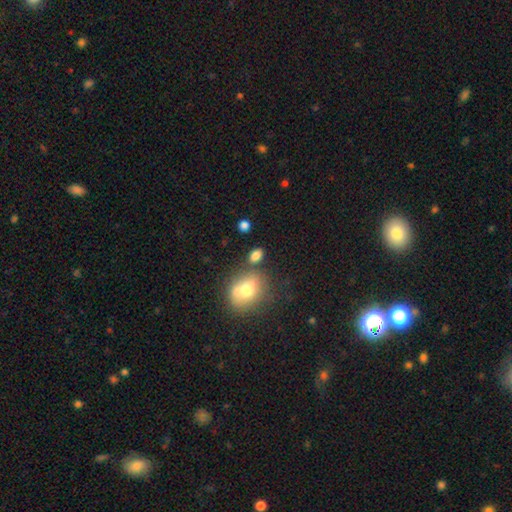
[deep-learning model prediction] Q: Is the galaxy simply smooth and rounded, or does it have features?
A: smooth — 80%.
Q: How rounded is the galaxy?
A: in between — 72%.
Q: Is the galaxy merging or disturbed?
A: none — 67%.